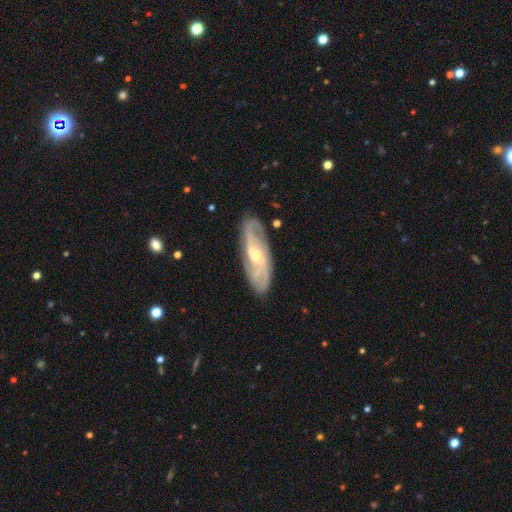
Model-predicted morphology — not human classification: featured or disk 82%, smooth 13%, star or artifact 6%. Down the decision tree: edge-on disk — no (88%); bar — weak (47%); spiral arms — yes (95%); spiral arm count — 2 (41%); spiral winding — medium (43%); bulge size — small (54%); merging — none (82%).